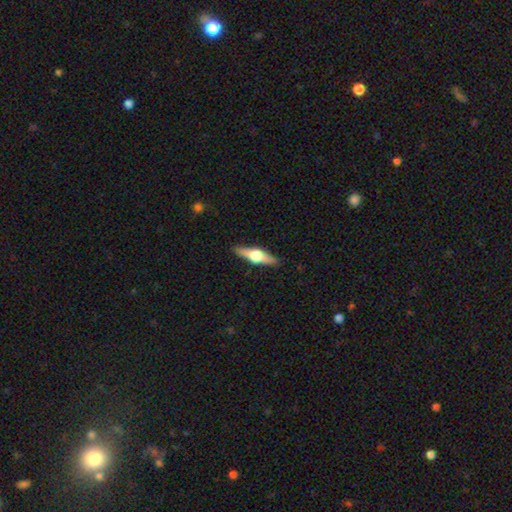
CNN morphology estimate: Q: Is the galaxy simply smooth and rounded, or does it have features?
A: featured or disk — 72%.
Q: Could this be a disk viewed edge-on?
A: yes — 97%.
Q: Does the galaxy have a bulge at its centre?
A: rounded — 95%.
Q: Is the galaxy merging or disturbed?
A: none — 90%.